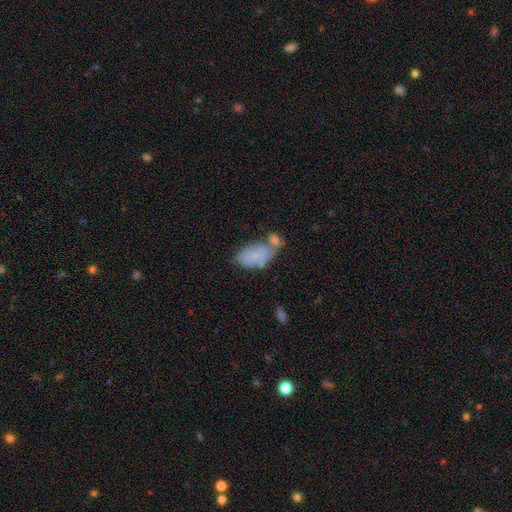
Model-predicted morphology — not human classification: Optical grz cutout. It shows a smooth galaxy with no disk features (64%) that is in between round and cigar-shaped (93%). Merging: merger (39%).